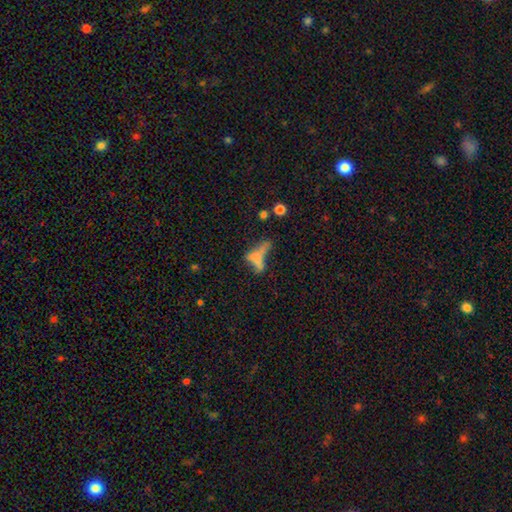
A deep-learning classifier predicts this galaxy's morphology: smooth 42%, featured or disk 38%, star or artifact 20%. Down the decision tree: merging — major disturbance (33%).